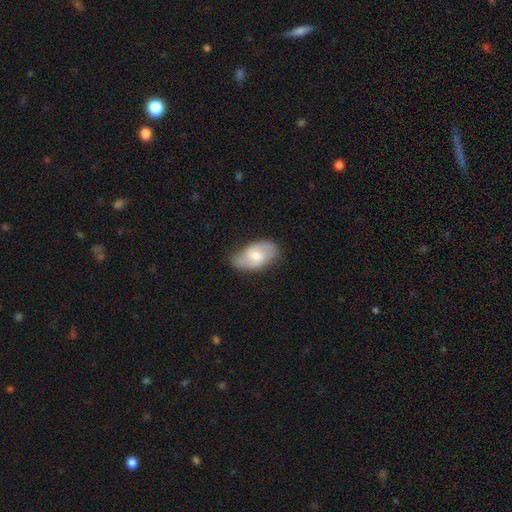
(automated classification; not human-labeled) A smooth galaxy with no disk features (48%).

Vote fractions:
- Smooth or featured? smooth: 48% / featured or disk: 46% / star or artifact: 6%
- Merging? none: 70% / minor disturbance: 23% / major disturbance: 5% / merger: 1%